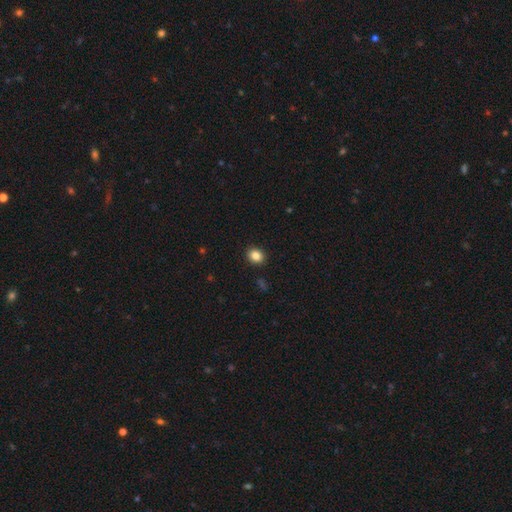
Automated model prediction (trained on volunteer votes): A smooth galaxy with no disk features (85%) that is round (54%). Merging: none (91%).